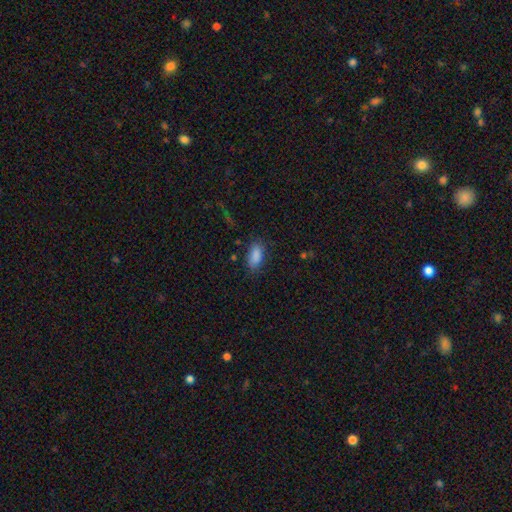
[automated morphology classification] A smooth galaxy with no disk features (87%) that is in between round and cigar-shaped (91%). Merging: none (79%).